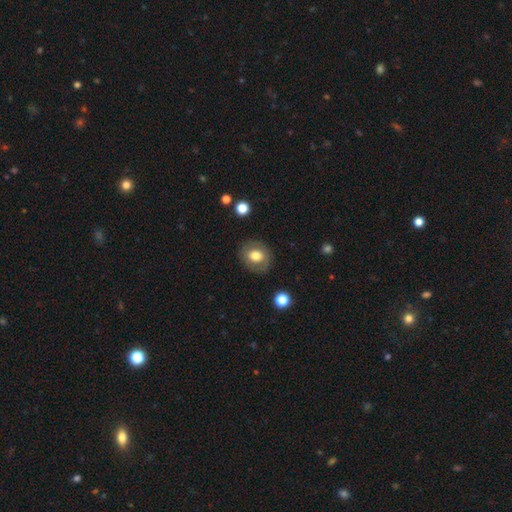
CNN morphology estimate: Smooth or featured?
  - smooth: 67% *
  - featured or disk: 24%
  - star or artifact: 8%
How rounded?
  - round: 66% *
  - in between: 33%
  - cigar-shaped: 1%
Merging?
  - none: 83% *
  - minor disturbance: 12%
  - major disturbance: 4%
  - merger: 1%